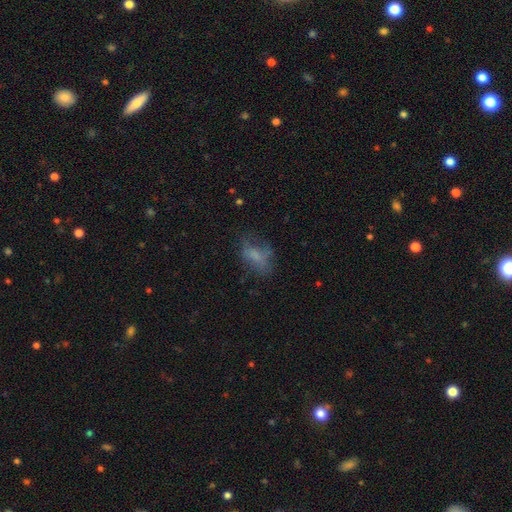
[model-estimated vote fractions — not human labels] A smooth galaxy with no disk features (58%) that is in between round and cigar-shaped (81%).

Vote fractions:
- Smooth or featured? smooth: 58% / featured or disk: 28% / star or artifact: 14%
- How rounded? in between: 81% / round: 11% / cigar-shaped: 8%
- Merging? none: 47% / major disturbance: 26% / minor disturbance: 25% / merger: 2%